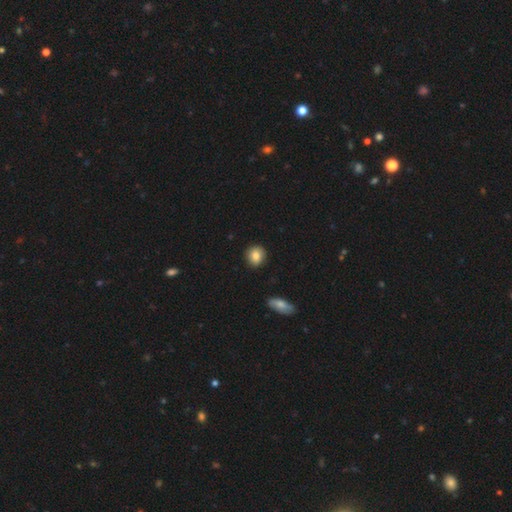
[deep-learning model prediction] Q: Smooth or featured?
A: smooth (84%); runner-up: star or artifact (8%)
Q: How rounded?
A: round (79%); runner-up: in between (20%)
Q: Merging?
A: none (89%); runner-up: minor disturbance (8%)